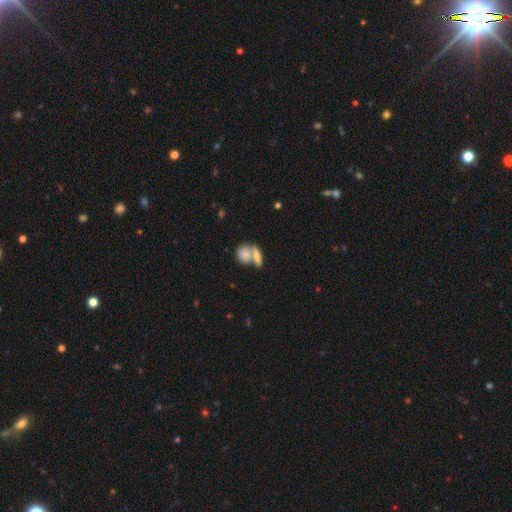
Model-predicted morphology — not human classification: Smooth or featured? Predicted: smooth (p=0.75). How rounded? Predicted: in between (p=0.58). Merging? Predicted: merger (p=0.56).